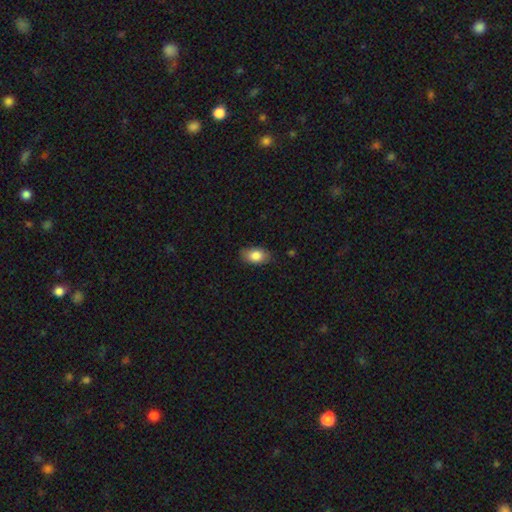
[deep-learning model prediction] smooth 84%, featured or disk 9%, star or artifact 7%. Down the decision tree: how rounded — in between (89%); merging — none (81%).